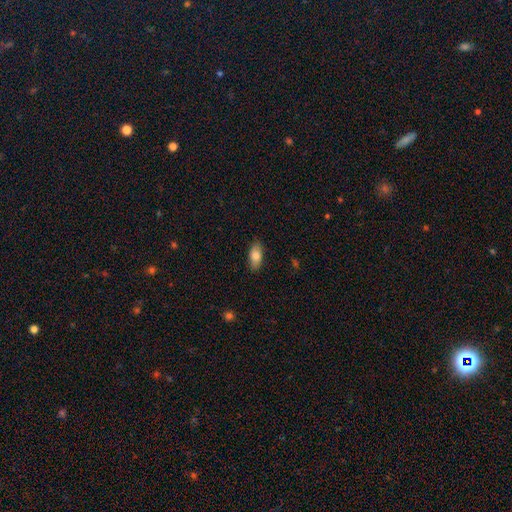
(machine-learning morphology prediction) smooth_or_featured: smooth (p=0.81) [alt: featured or disk p=0.12]
how_rounded: in between (p=0.88) [alt: cigar-shaped p=0.09]
merging: none (p=0.85) [alt: minor disturbance p=0.11]